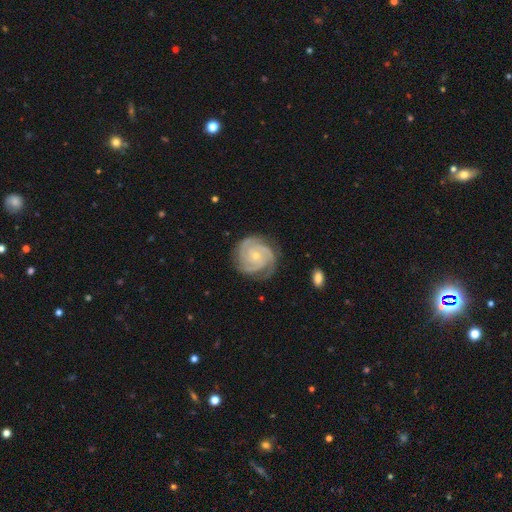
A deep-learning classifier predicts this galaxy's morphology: A featured or disk galaxy (92%) with no bar (76%), 3 (57%) tight (74%) spiral arms (99%) and a small central bulge (76%).

Vote fractions:
- Smooth or featured? featured or disk: 92% / smooth: 4% / star or artifact: 4%
- Edge-on disk? no: 98% / yes: 2%
- Bar? no: 76% / weak: 19% / strong: 5%
- Spiral arms? yes: 99% / no: 1%
- Spiral winding? tight: 74% / medium: 24% / loose: 3%
- Spiral arm count? 3: 57% / 2: 15% / 4: 12% / can't tell: 7% / more than 4: 4% / 1: 4%
- Bulge size? small: 76% / moderate: 21% / none: 1% / large: 1% / dominant: 1%
- Merging? none: 79% / minor disturbance: 16% / major disturbance: 4% / merger: 1%